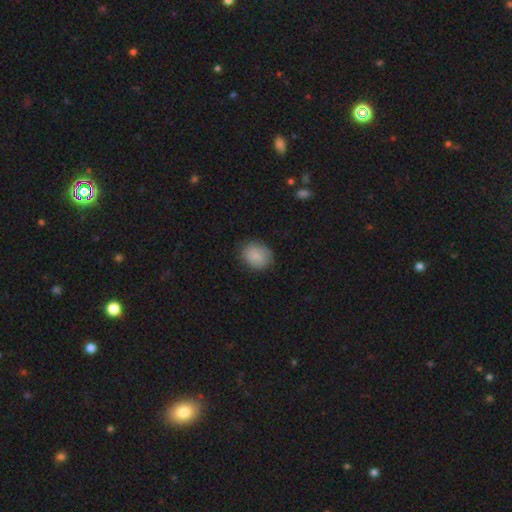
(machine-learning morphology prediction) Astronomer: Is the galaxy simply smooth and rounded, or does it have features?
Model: smooth — 84%.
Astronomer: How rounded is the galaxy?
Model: round — 60% (runner-up: in between, 39%).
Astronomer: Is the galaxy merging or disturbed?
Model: none — 81%.